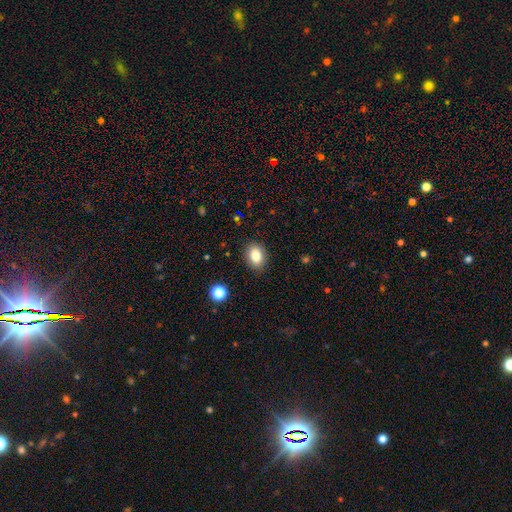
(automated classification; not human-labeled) Smooth or featured? smooth (83%)
How rounded? in between (70%)
Merging? none (88%)